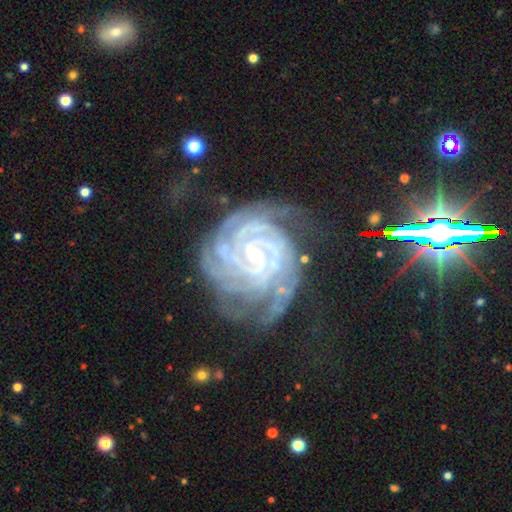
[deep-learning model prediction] This is clearly a featured or disk galaxy (91%). It is clearly not viewed edge-on (98%). Bar: marginally no (44%). Spiral arm pattern: clearly yes (99%). Spiral arm count: marginally 4 (31%). Spiral winding: clearly tight (82%). Central bulge: likely small (68%). Merging: likely none (63%).